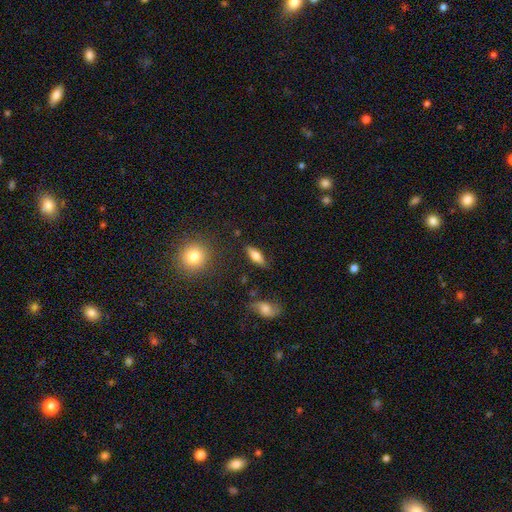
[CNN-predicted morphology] smooth 55%, featured or disk 37%, star or artifact 8%. Down the decision tree: how rounded — in between (61%); merging — none (83%).